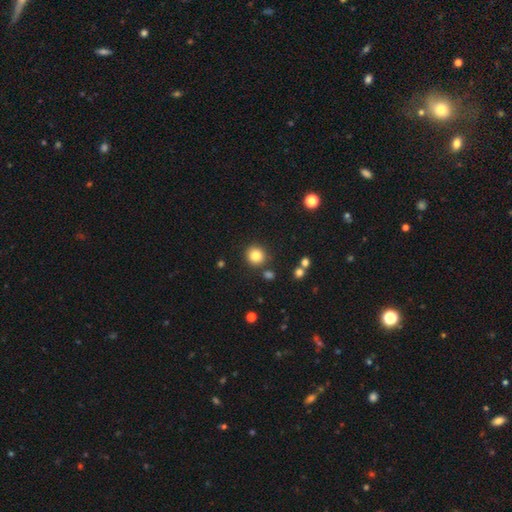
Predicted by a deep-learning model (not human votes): Morphology: type=smooth (83%); roundness=round (91%); merging=none (86%).